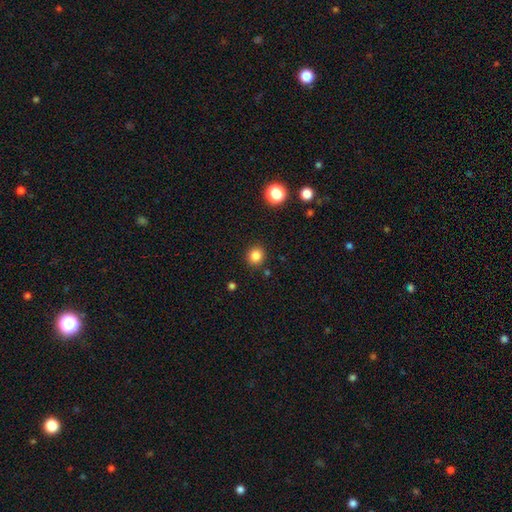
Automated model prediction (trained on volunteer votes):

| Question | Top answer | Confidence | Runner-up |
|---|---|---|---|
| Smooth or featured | smooth | 84% | star or artifact (12%) |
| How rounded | round | 88% | in between (11%) |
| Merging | none | 89% | minor disturbance (7%) |